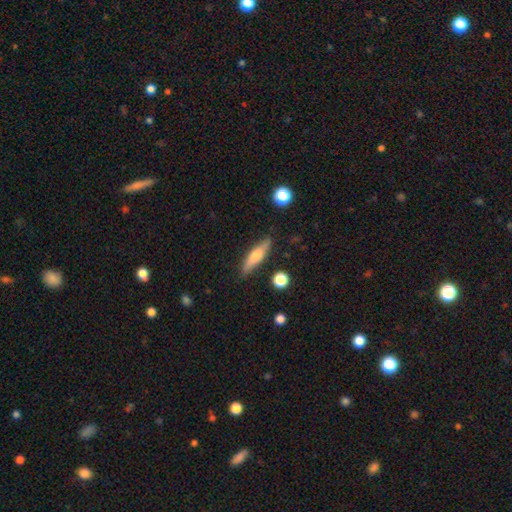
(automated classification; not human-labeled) smooth-or-featured: smooth: 59% | featured or disk: 34% | star or artifact: 7%
  how-rounded: cigar-shaped: 73% | in between: 24% | round: 3%
  merging: none: 84% | minor disturbance: 11% | major disturbance: 3% | merger: 2%